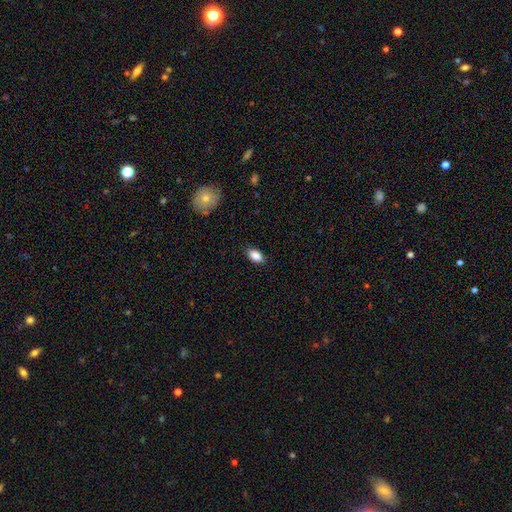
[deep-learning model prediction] smooth-or-featured: smooth: 87% | star or artifact: 8% | featured or disk: 5%
  how-rounded: in between: 90% | round: 6% | cigar-shaped: 4%
  merging: none: 85% | minor disturbance: 11% | major disturbance: 2% | merger: 1%